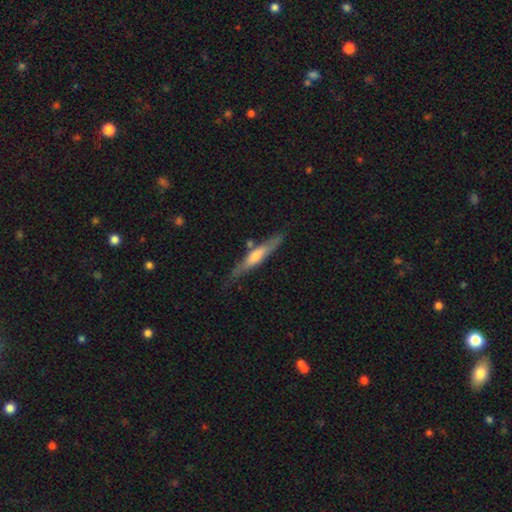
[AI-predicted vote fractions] Q: Smooth or featured?
A: featured or disk (56%); runner-up: smooth (38%)
Q: Edge-on disk?
A: yes (92%); runner-up: no (8%)
Q: Edge-on bulge?
A: rounded (58%); runner-up: none (23%)
Q: Merging?
A: none (76%); runner-up: minor disturbance (16%)